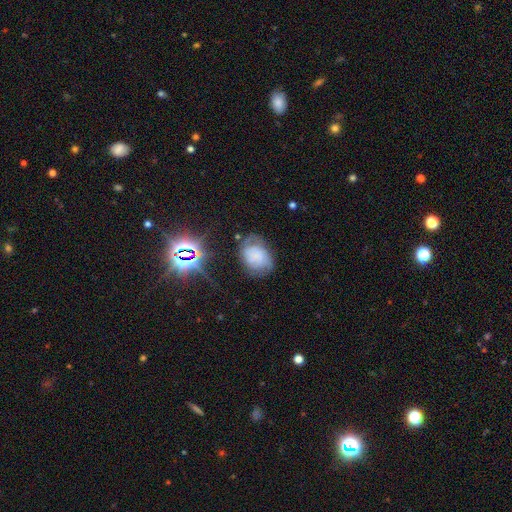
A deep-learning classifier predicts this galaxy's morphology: This is possibly a smooth galaxy (45%). Merging: possibly none (52%).